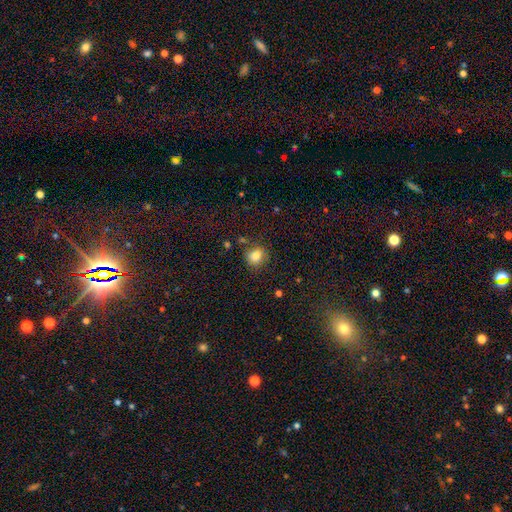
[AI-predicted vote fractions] smooth-or-featured: smooth: 83% | star or artifact: 11% | featured or disk: 6%
  how-rounded: round: 68% | in between: 31% | cigar-shaped: 1%
  merging: none: 77% | minor disturbance: 15% | merger: 5% | major disturbance: 4%